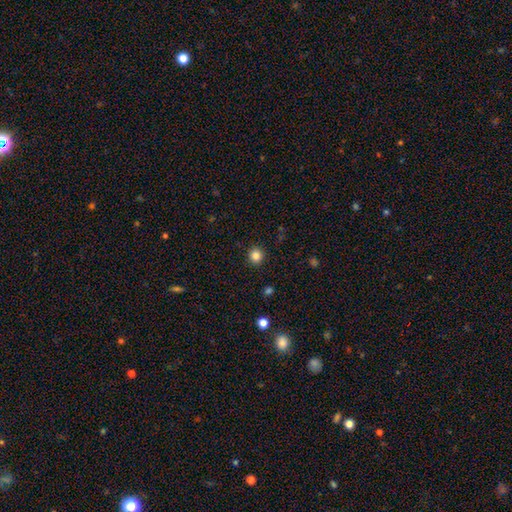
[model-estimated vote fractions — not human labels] Morphology: type=smooth (84%); roundness=round (91%); merging=none (91%).